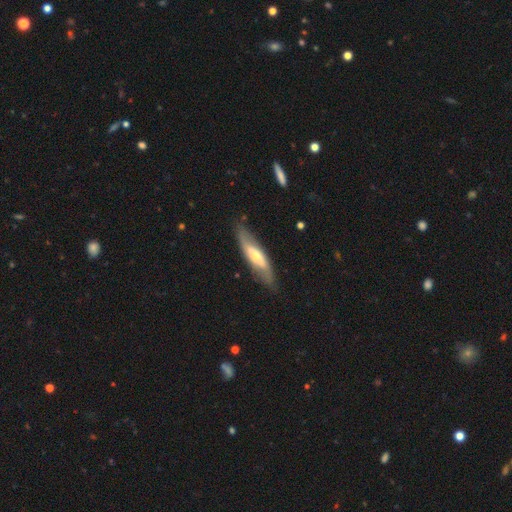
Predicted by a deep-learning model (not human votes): Smooth or featured? Predicted: featured or disk (p=0.56). Edge-on disk? Predicted: no (p=0.59). Merging? Predicted: none (p=0.78).